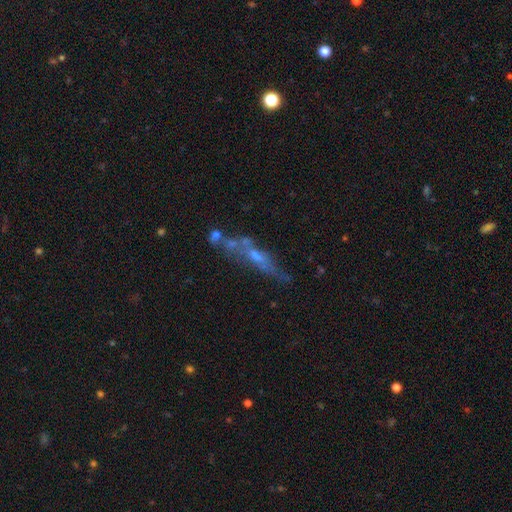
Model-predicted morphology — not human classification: Overall: featured or disk (55%; smooth 27%). Edge-on disk: yes (54%; no 46%). Merging: none (48%; minor disturbance 19%).